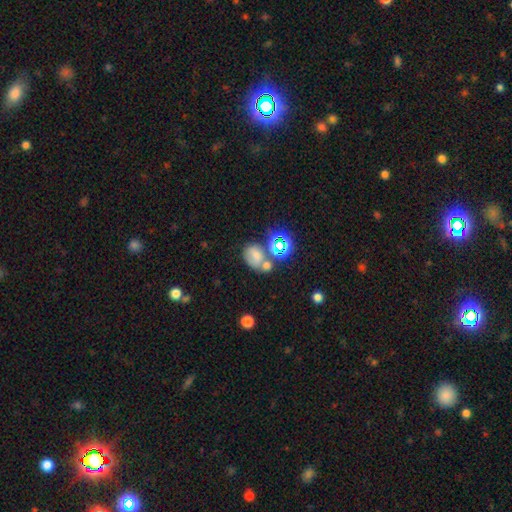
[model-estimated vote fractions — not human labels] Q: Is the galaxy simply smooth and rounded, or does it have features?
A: smooth — 58%.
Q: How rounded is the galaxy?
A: in between — 53%.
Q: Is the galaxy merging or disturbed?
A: none — 43%.